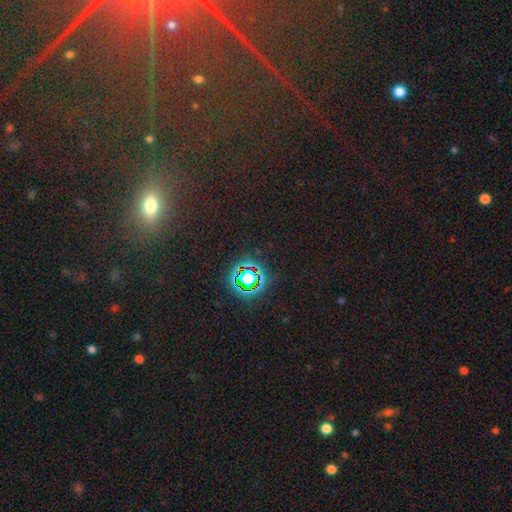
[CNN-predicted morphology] Smooth or featured? Predicted: star or artifact (p=0.56).